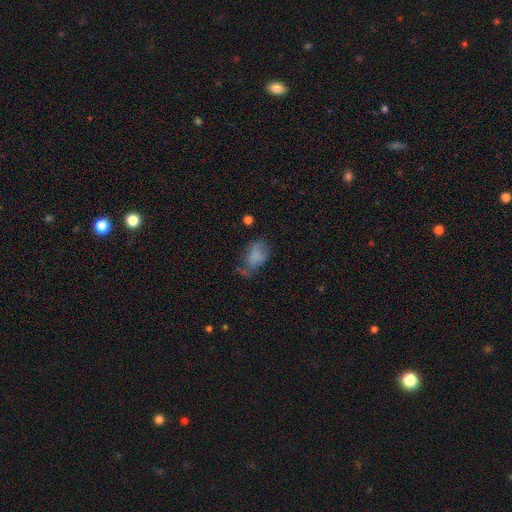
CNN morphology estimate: A smooth galaxy with no disk features (68%) that is in between round and cigar-shaped (87%).

Vote fractions:
- Smooth or featured? smooth: 68% / featured or disk: 21% / star or artifact: 12%
- How rounded? in between: 87% / round: 11% / cigar-shaped: 2%
- Merging? none: 34% / minor disturbance: 32% / major disturbance: 28% / merger: 5%